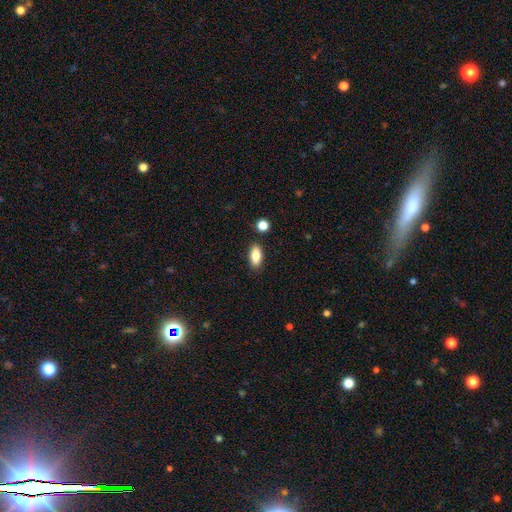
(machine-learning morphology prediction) A smooth galaxy with no disk features (84%) that is in between round and cigar-shaped (87%). Merging: none (86%).